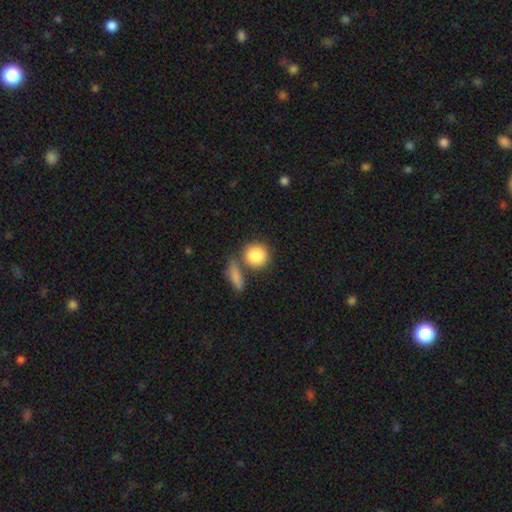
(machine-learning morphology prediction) Smooth or featured?
  - smooth: 87% *
  - featured or disk: 7%
  - star or artifact: 7%
How rounded?
  - round: 77% *
  - in between: 21%
  - cigar-shaped: 3%
Merging?
  - none: 61% *
  - merger: 24%
  - minor disturbance: 11%
  - major disturbance: 4%